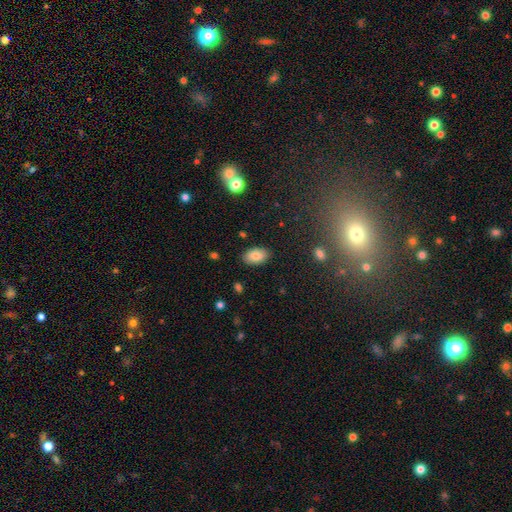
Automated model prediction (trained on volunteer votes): Smooth or featured? Predicted: smooth (p=0.84). How rounded? Predicted: in between (p=0.93). Merging? Predicted: none (p=0.87).